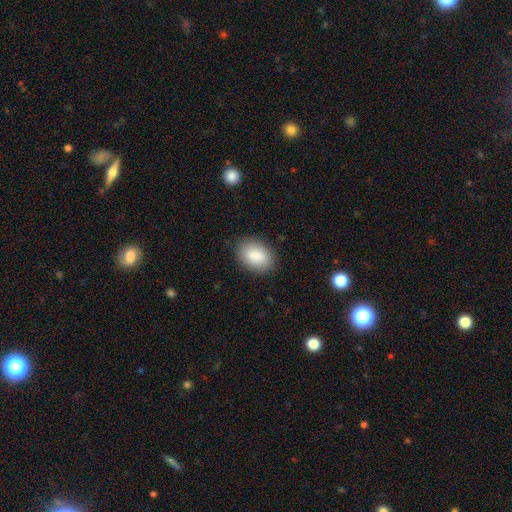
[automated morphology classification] Smooth or featured?
  - smooth: 89% *
  - star or artifact: 7%
  - featured or disk: 5%
How rounded?
  - in between: 82% *
  - round: 17%
  - cigar-shaped: 1%
Merging?
  - none: 86% *
  - minor disturbance: 10%
  - major disturbance: 3%
  - merger: 1%